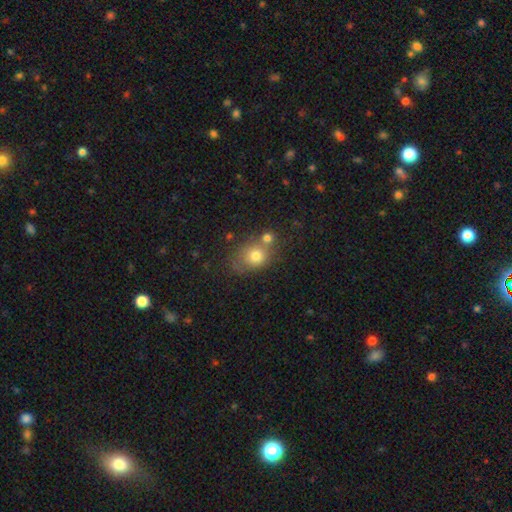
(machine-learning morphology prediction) type=smooth (76%); roundness=round (60%); merging=none (48%).